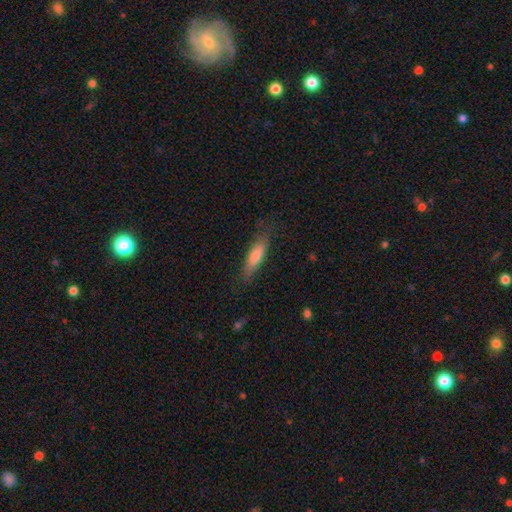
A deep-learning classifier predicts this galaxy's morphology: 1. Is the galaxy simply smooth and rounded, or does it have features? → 63% smooth, 30% featured or disk, 7% star or artifact.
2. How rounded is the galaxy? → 78% cigar-shaped, 20% in between, 2% round.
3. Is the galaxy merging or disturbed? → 78% none, 17% minor disturbance, 4% major disturbance, 1% merger.